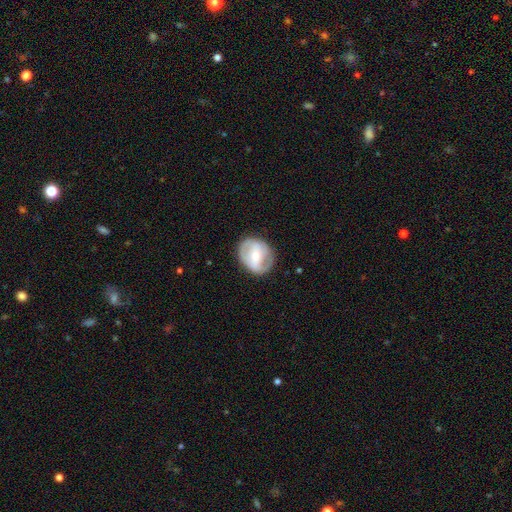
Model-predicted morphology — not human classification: This is likely a featured or disk galaxy (64%). It is clearly not viewed edge-on (95%). Bar: marginally strong (42%). Spiral arm pattern: possibly yes (55%). Central bulge: possibly moderate (49%). Merging: clearly none (81%).